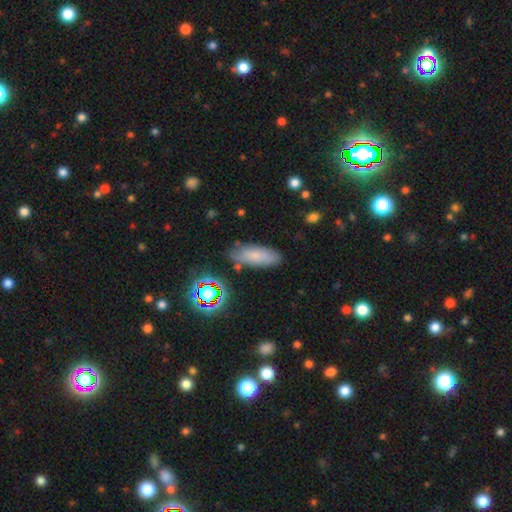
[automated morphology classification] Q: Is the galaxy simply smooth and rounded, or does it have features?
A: smooth — 71%.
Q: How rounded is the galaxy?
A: in between — 73%.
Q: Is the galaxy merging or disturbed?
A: none — 75%.